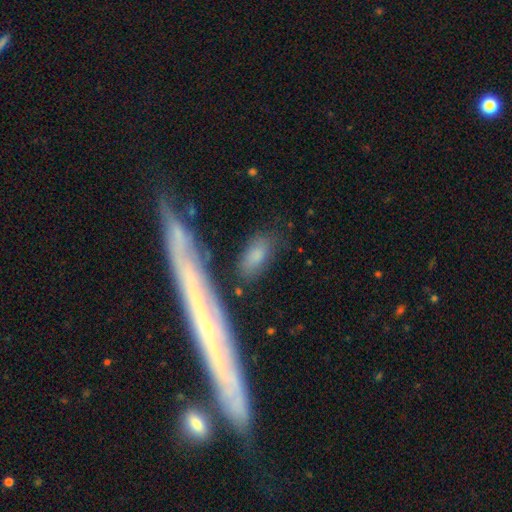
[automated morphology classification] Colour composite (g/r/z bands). It shows a smooth galaxy with no disk features (73%) that is in between round and cigar-shaped (72%). Merging: none (71%).